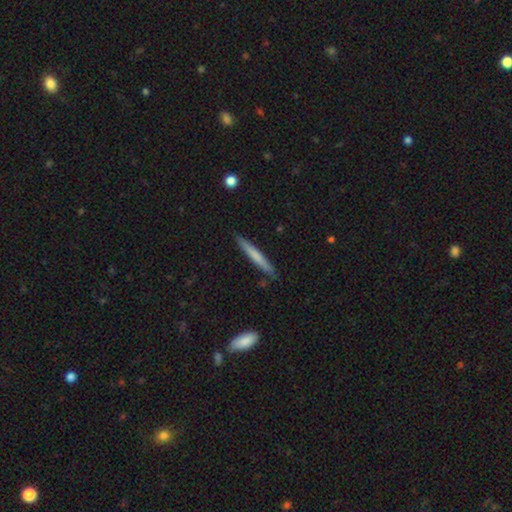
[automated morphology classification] A smooth galaxy with no disk features (63%) that is cigar-shaped (96%).

Vote fractions:
- Smooth or featured? smooth: 63% / featured or disk: 32% / star or artifact: 5%
- How rounded? cigar-shaped: 96% / in between: 3% / round: 1%
- Merging? none: 89% / minor disturbance: 8% / merger: 2% / major disturbance: 1%